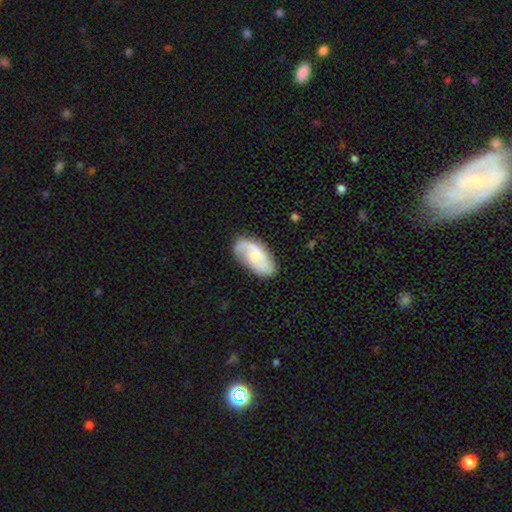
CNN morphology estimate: smooth_or_featured: featured or disk (p=0.61) [alt: smooth p=0.33]
disk_edge_on: no (p=0.95) [alt: yes p=0.05]
bar: no (p=0.55) [alt: weak p=0.38]
has_spiral_arms: yes (p=0.89) [alt: no p=0.11]
spiral_winding: medium (p=0.41) [alt: loose p=0.38]
spiral_arm_count: 2 (p=0.66) [alt: 1 p=0.17]
bulge_size: small (p=0.45) [alt: moderate p=0.37]
merging: none (p=0.70) [alt: minor disturbance p=0.21]